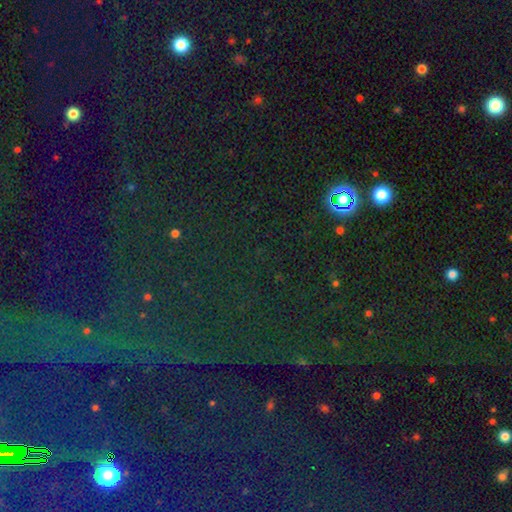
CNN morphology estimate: This appears to be a star or artifact, not a galaxy (81%).